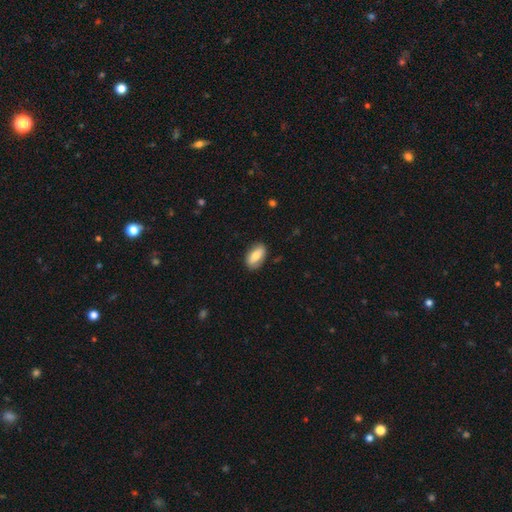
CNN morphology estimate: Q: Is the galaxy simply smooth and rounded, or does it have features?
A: smooth — 69%.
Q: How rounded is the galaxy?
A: in between — 90%.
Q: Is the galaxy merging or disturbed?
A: none — 84%.